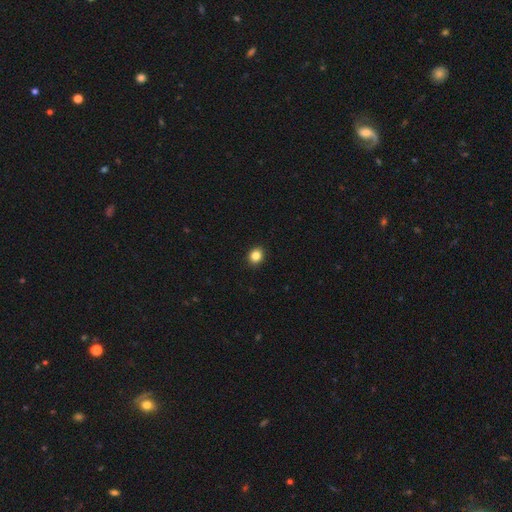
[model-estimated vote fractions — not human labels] A smooth galaxy with no disk features (85%) that is round (71%). Merging: none (92%).